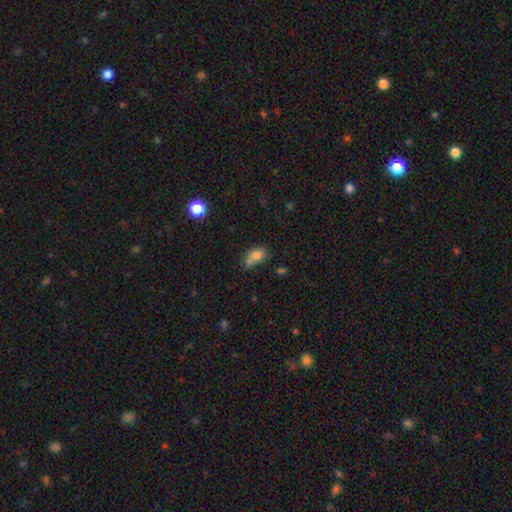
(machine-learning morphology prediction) smooth_or_featured: smooth (p=0.77) [alt: star or artifact p=0.12]
how_rounded: in between (p=0.80) [alt: round p=0.17]
merging: none (p=0.39) [alt: merger p=0.31]